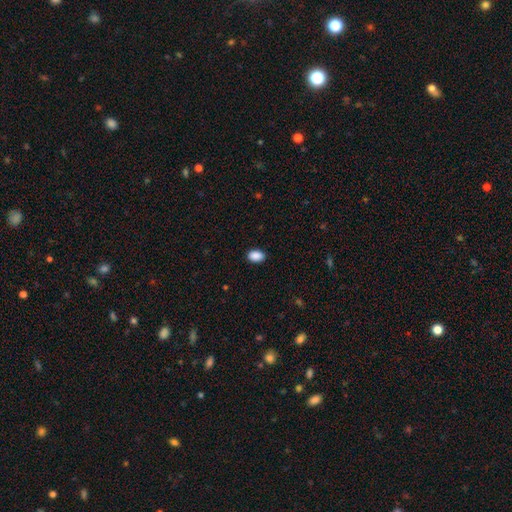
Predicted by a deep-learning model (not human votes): Smooth or featured? Predicted: smooth (p=0.90). How rounded? Predicted: in between (p=0.85). Merging? Predicted: none (p=0.89).